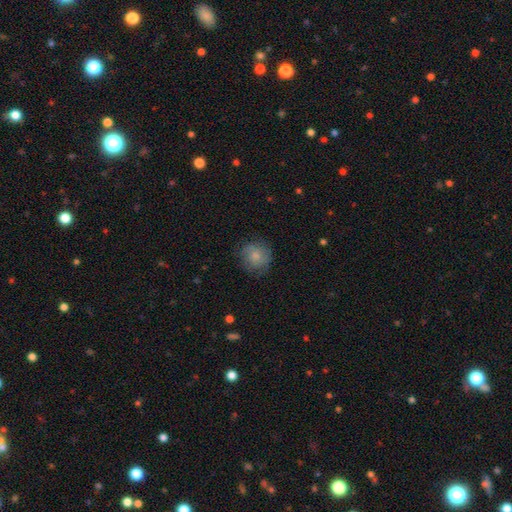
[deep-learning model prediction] Smooth or featured? smooth (74%)
How rounded? round (88%)
Merging? none (73%)